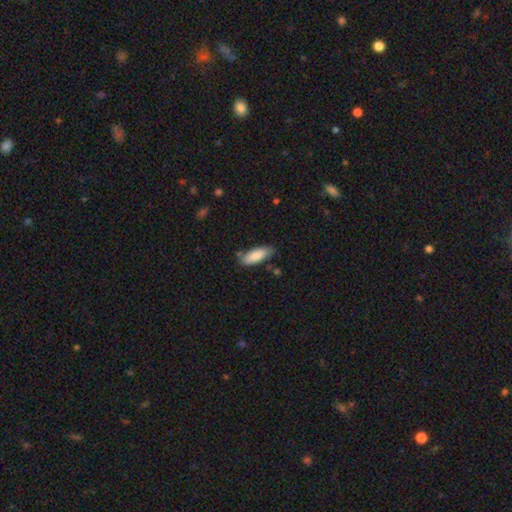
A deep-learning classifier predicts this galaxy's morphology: Overall: smooth (83%). How rounded: in between (71%). Merging: none (73%).